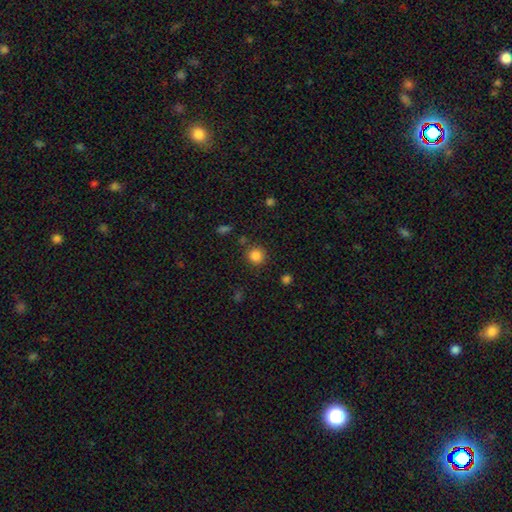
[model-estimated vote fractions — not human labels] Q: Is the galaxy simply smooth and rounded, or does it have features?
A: smooth — 85%.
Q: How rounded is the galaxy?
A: round — 93%.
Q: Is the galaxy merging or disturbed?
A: none — 86%.